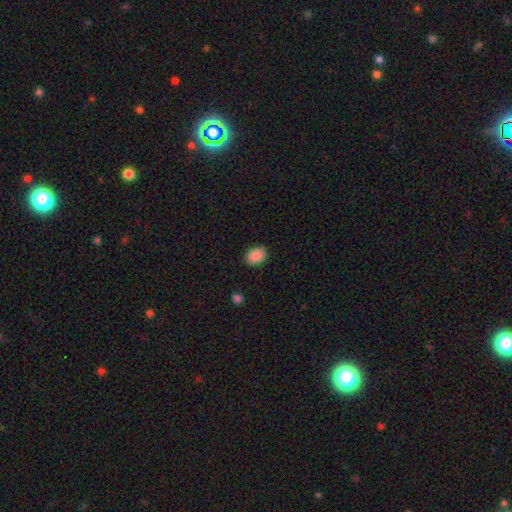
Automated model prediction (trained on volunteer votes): Overall: smooth (89%). How rounded: in between (75%). Merging: none (89%).